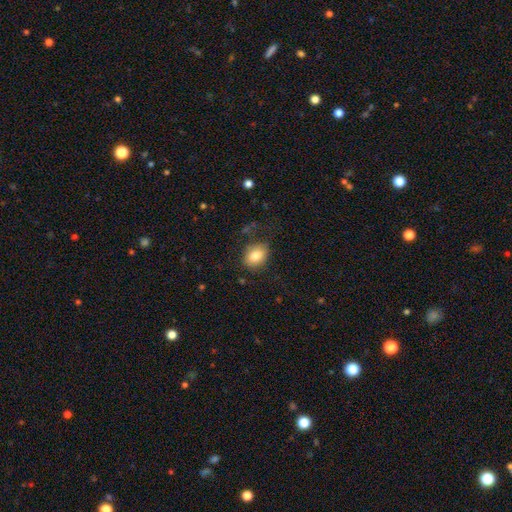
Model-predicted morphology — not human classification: Smooth or featured: smooth — 81% (featured or disk — 10%)
How rounded: in between — 66% (round — 33%)
Merging: none — 74% (minor disturbance — 18%)